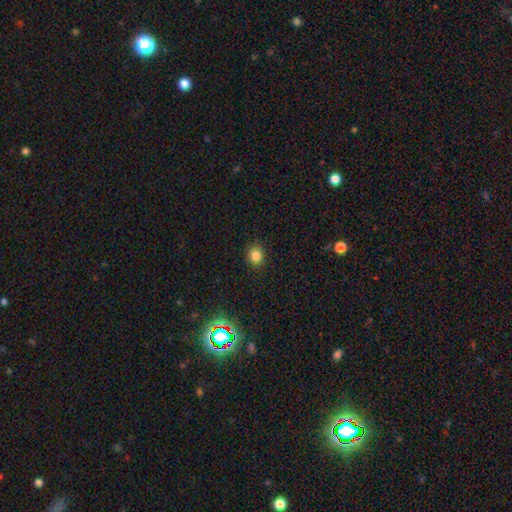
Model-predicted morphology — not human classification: smooth_or_featured: smooth (p=0.82) [alt: star or artifact p=0.13]
how_rounded: round (p=0.68) [alt: in between p=0.31]
merging: none (p=0.89) [alt: minor disturbance p=0.08]